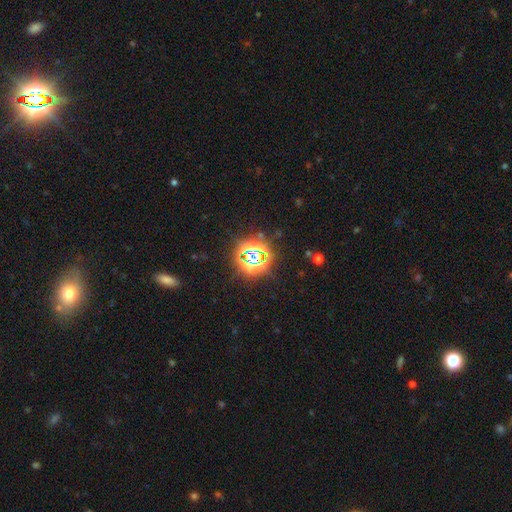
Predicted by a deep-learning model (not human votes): A star or artifact, not a galaxy (74%).